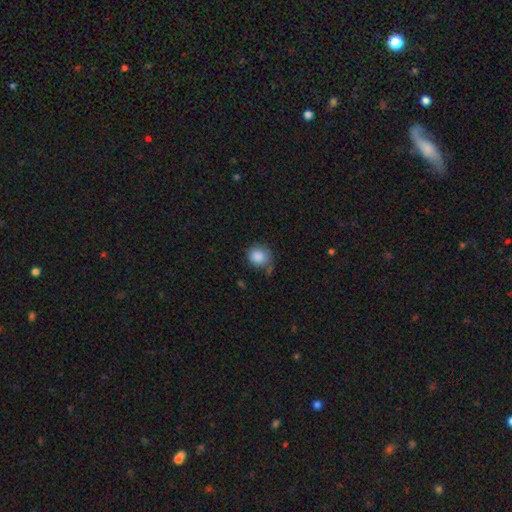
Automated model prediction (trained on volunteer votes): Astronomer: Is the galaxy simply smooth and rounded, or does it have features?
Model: smooth — 87%.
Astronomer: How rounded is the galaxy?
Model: round — 83%.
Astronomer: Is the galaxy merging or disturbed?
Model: none — 66%.